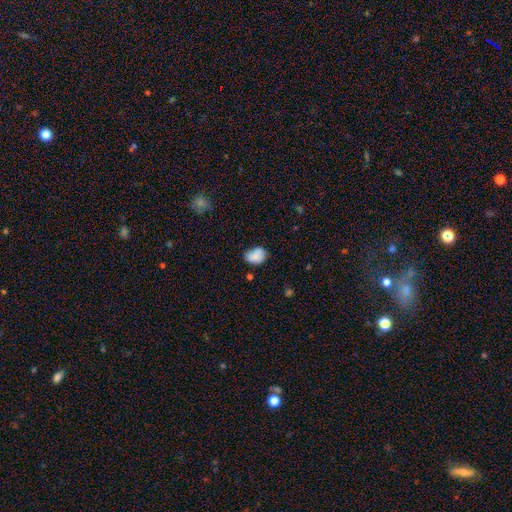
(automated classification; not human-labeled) The model was most divided on "merging": none: 56%, minor disturbance: 30%, major disturbance: 8%, merger: 6%. More confident: smooth or featured — smooth (80%); how rounded — in between (67%).